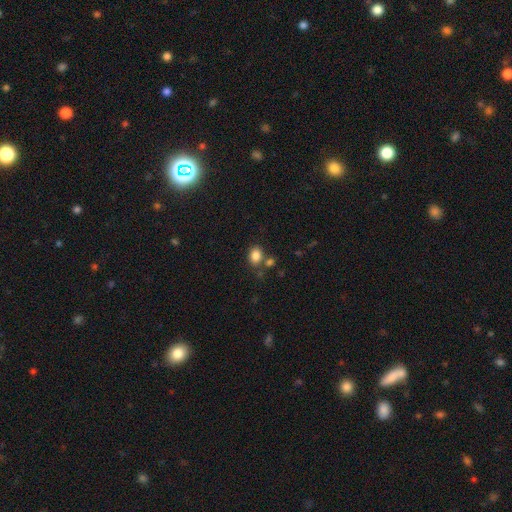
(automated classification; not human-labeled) Q: Smooth or featured?
A: smooth (84%); runner-up: star or artifact (11%)
Q: How rounded?
A: in between (65%); runner-up: round (34%)
Q: Merging?
A: none (66%); runner-up: merger (16%)